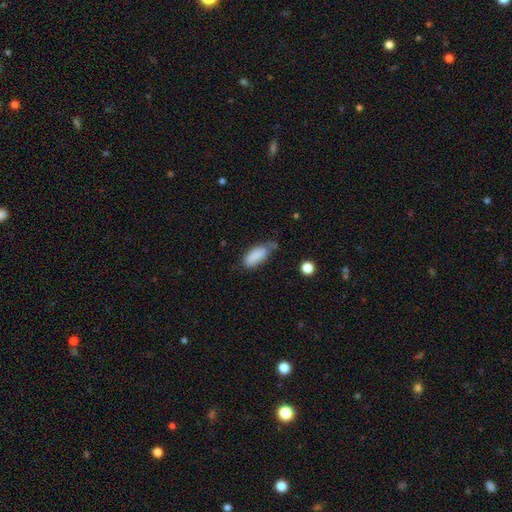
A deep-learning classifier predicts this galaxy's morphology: Smooth or featured? Predicted: smooth (p=0.86). How rounded? Predicted: in between (p=0.84). Merging? Predicted: none (p=0.44).